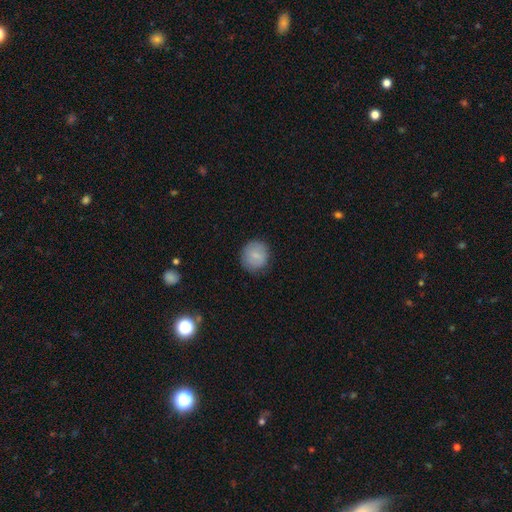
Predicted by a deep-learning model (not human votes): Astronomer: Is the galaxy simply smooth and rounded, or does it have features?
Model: smooth — 79%.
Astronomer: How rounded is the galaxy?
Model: round — 86%.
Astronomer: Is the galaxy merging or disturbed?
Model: none — 84%.